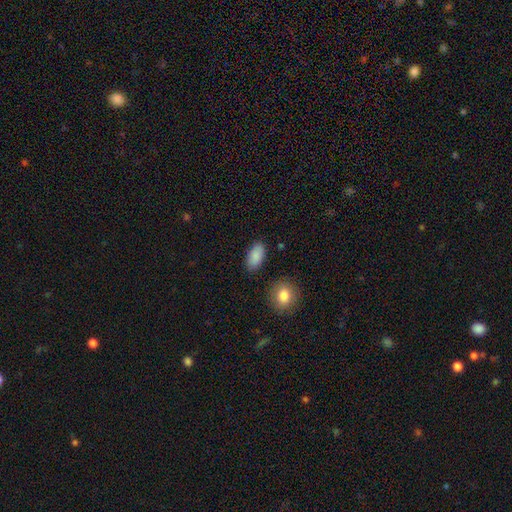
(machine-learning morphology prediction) smooth 89%, star or artifact 7%, featured or disk 5%. Down the decision tree: how rounded — in between (93%); merging — none (86%).